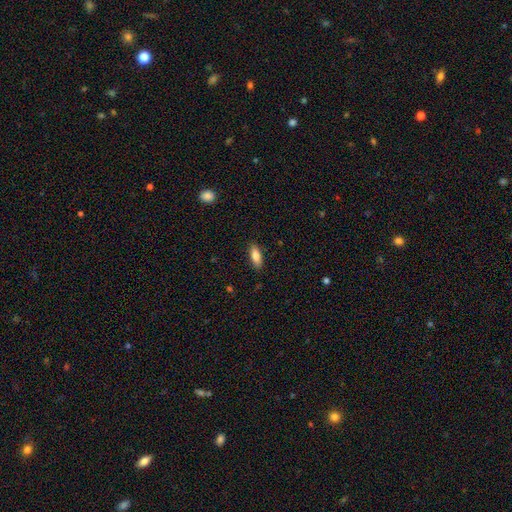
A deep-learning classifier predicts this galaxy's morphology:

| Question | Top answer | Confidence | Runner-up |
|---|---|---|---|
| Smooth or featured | smooth | 79% | featured or disk (14%) |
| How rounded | in between | 74% | cigar-shaped (24%) |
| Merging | none | 88% | minor disturbance (9%) |